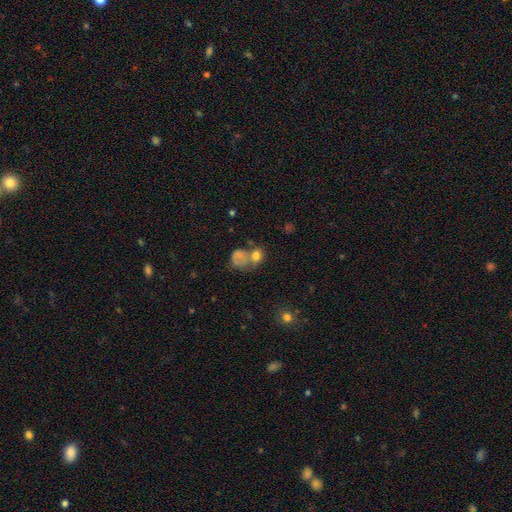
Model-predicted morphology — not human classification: The model was most divided on "merging": merger: 45%, none: 33%, minor disturbance: 12%, major disturbance: 10%. More confident: smooth or featured — smooth (70%); how rounded — round (63%).